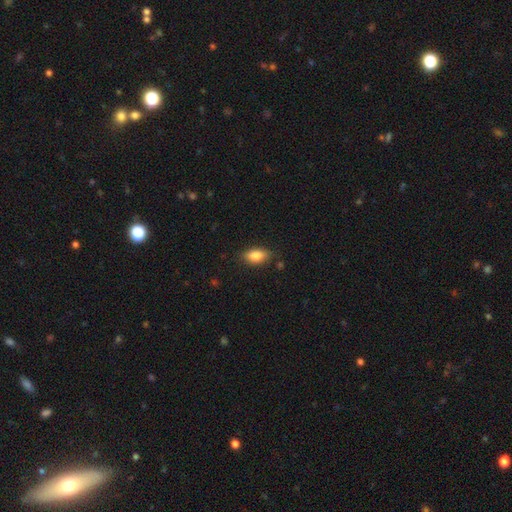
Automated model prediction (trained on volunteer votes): Overall: smooth (82%). How rounded: in between (88%). Merging: none (81%).